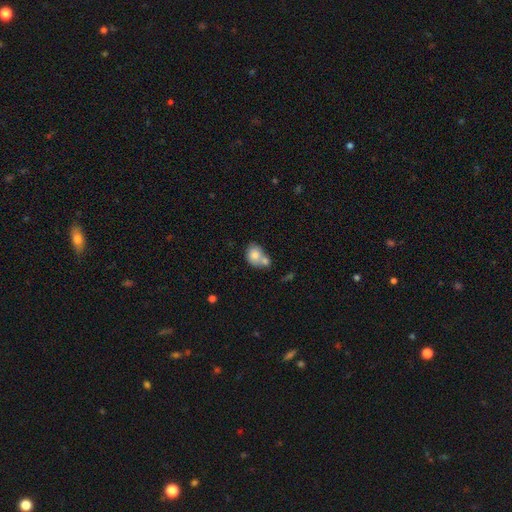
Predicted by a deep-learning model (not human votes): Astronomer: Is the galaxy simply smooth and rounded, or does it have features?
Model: smooth — 77%.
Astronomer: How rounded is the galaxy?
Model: round — 49%, tied with in between at 49%.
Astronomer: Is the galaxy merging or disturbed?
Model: merger — 55%.